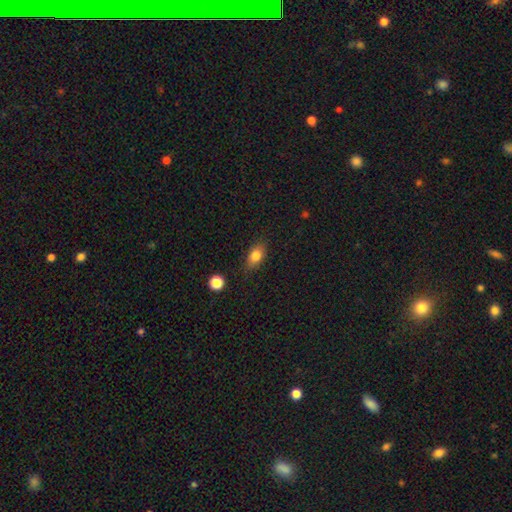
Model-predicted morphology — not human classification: Smooth or featured?
  - smooth: 80% *
  - featured or disk: 10%
  - star or artifact: 10%
How rounded?
  - in between: 79% *
  - round: 15%
  - cigar-shaped: 6%
Merging?
  - none: 79% *
  - minor disturbance: 16%
  - major disturbance: 4%
  - merger: 2%